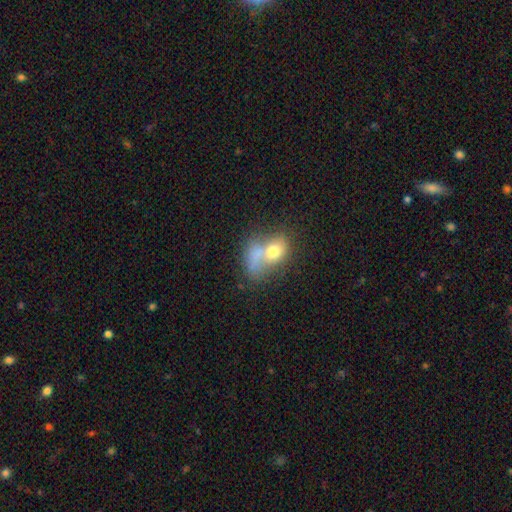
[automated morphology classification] Smooth or featured?
  - smooth: 66% *
  - featured or disk: 23%
  - star or artifact: 10%
How rounded?
  - in between: 68% *
  - round: 29%
  - cigar-shaped: 3%
Merging?
  - merger: 59% *
  - none: 16%
  - major disturbance: 16%
  - minor disturbance: 10%